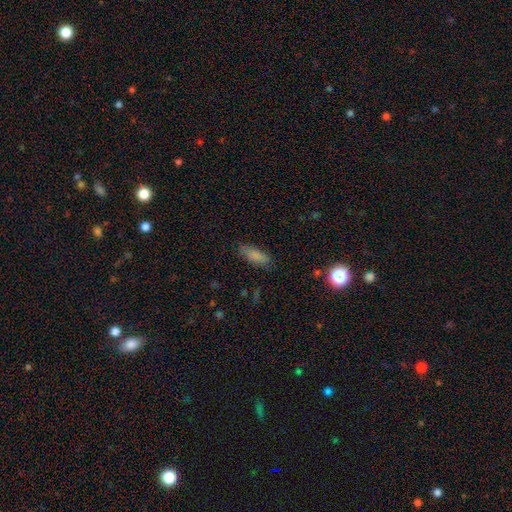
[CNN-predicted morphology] smooth 84%, star or artifact 9%, featured or disk 8%. Down the decision tree: how rounded — in between (70%); merging — none (76%).